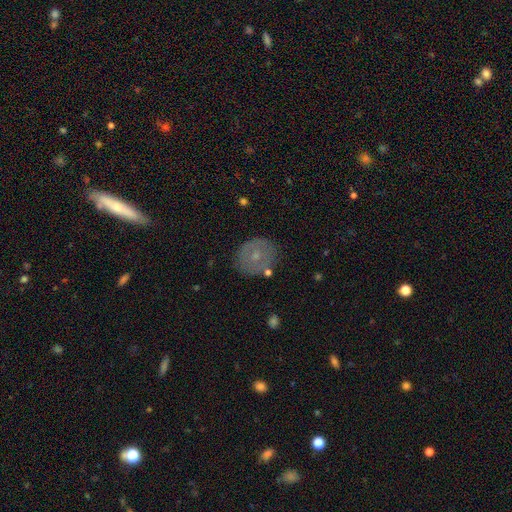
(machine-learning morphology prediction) A smooth galaxy with no disk features (56%) that is round (77%).

Vote fractions:
- Smooth or featured? smooth: 56% / featured or disk: 33% / star or artifact: 11%
- How rounded? round: 77% / in between: 22% / cigar-shaped: 1%
- Merging? none: 79% / minor disturbance: 14% / major disturbance: 4% / merger: 3%